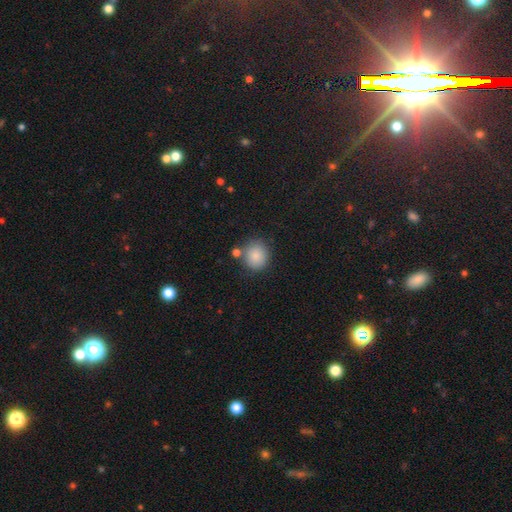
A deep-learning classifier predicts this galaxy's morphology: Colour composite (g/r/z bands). It shows a smooth galaxy with no disk features (86%) that is round (81%). Merging: none (73%).